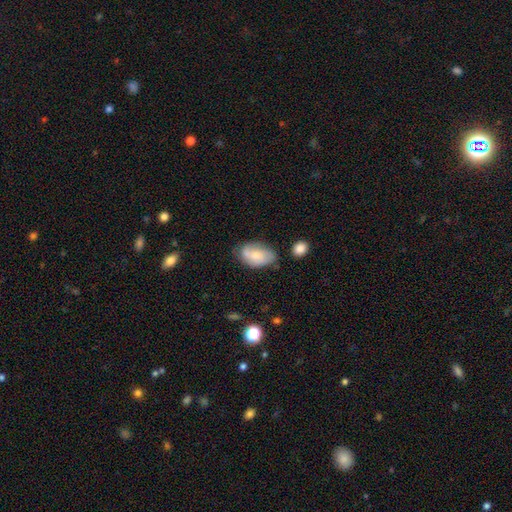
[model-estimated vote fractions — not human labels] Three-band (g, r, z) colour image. It shows a smooth galaxy with no disk features (60%) that is in between round and cigar-shaped (92%). Merging: none (56%).